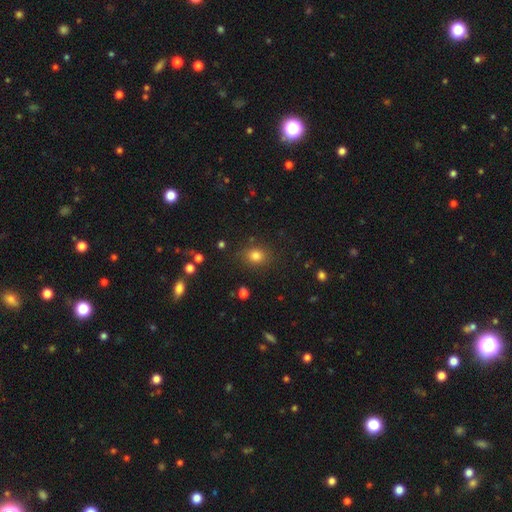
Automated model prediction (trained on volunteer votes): Morphology: type=smooth (80%); roundness=round (64%); merging=none (82%).